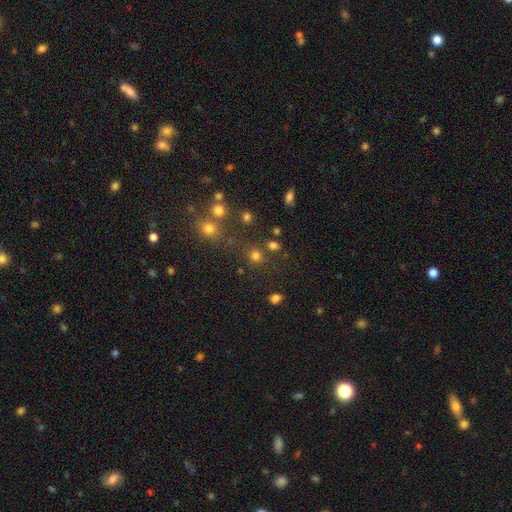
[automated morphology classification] type=smooth (74%); roundness=round (83%); merging=none (70%).